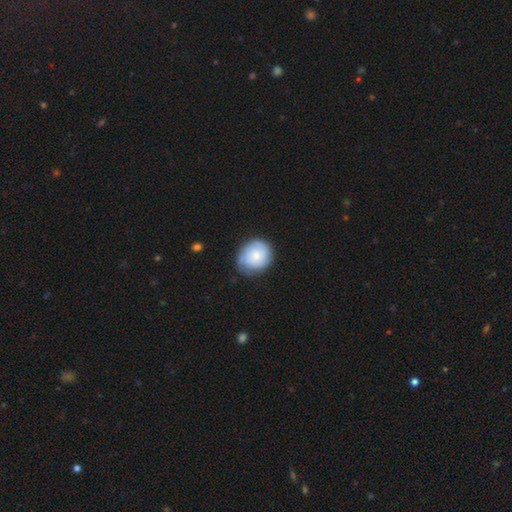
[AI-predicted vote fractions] Overall: smooth (55%; featured or disk 38%). How rounded: round (79%). Merging: none (72%).